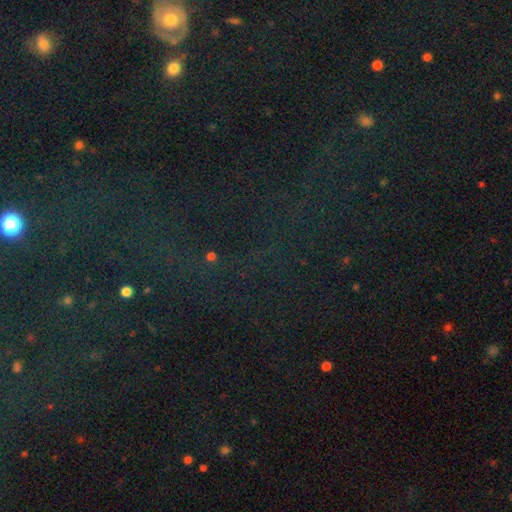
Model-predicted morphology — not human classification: type=star or artifact (78%).